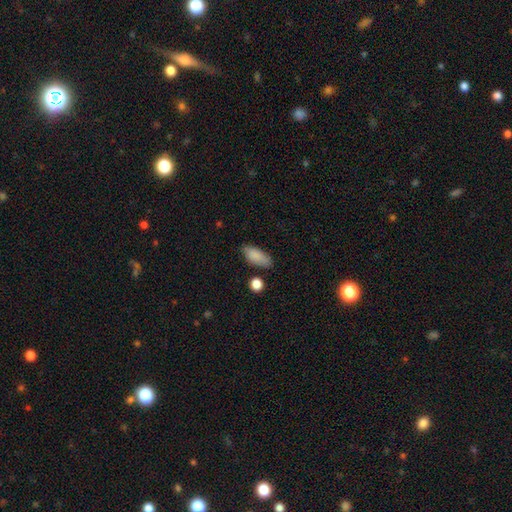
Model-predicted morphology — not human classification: Overall: smooth (86%). How rounded: in between (86%). Merging: none (73%).